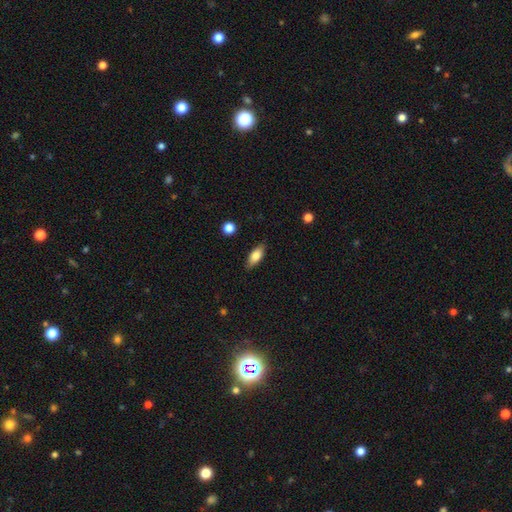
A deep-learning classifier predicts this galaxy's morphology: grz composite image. It shows a smooth galaxy with no disk features (76%) that is in between round and cigar-shaped (79%). Merging: none (85%).